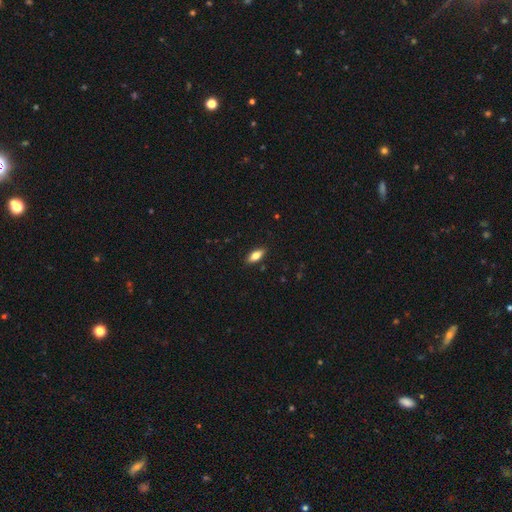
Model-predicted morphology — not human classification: smooth-or-featured: smooth: 72% | featured or disk: 21% | star or artifact: 7%
  how-rounded: in between: 80% | cigar-shaped: 17% | round: 3%
  merging: none: 88% | minor disturbance: 9% | major disturbance: 2% | merger: 1%